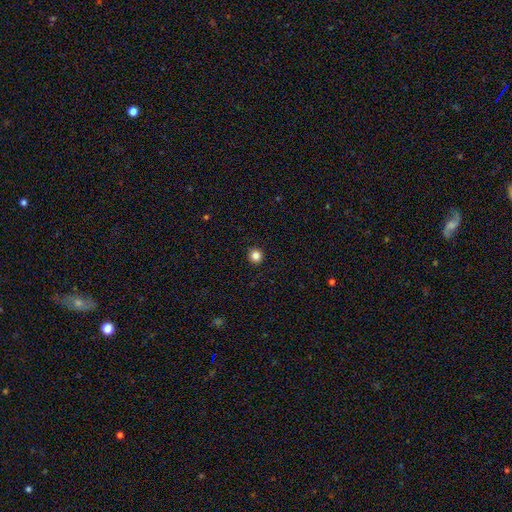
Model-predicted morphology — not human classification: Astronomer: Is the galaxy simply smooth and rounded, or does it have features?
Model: smooth — 85%.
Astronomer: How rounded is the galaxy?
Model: round — 94%.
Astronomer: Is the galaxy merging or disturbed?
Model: none — 93%.